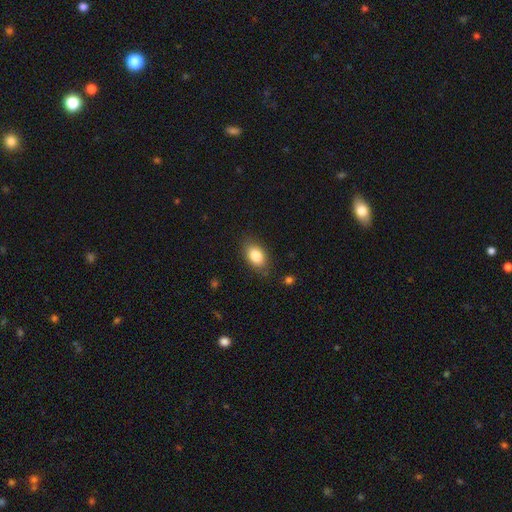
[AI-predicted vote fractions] Overall: smooth (83%). How rounded: in between (85%). Merging: none (81%).